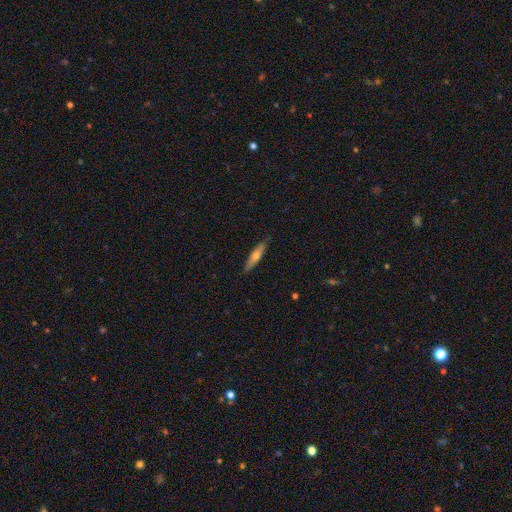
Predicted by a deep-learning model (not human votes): A smooth galaxy with no disk features (51%) that is cigar-shaped (86%). Merging: none (88%).